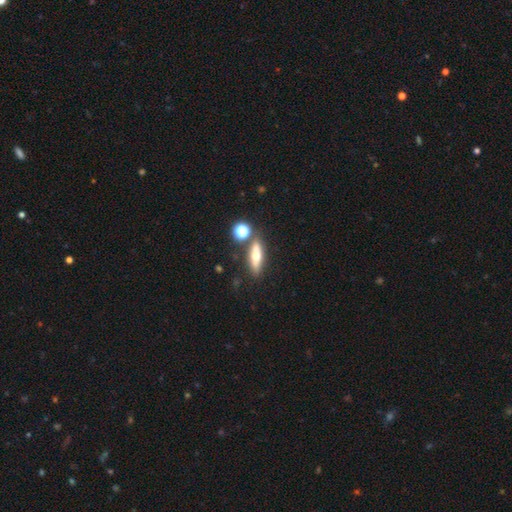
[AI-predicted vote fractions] Smooth or featured?
  - smooth: 49% *
  - featured or disk: 42%
  - star or artifact: 9%
Merging?
  - none: 77% *
  - minor disturbance: 10%
  - merger: 10%
  - major disturbance: 3%